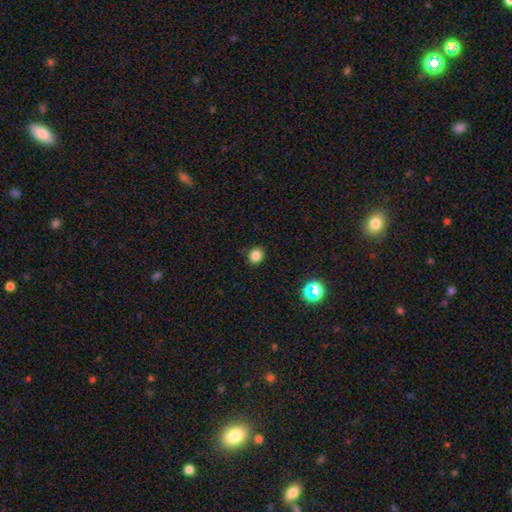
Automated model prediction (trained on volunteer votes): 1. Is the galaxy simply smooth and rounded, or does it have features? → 82% smooth, 14% star or artifact, 4% featured or disk.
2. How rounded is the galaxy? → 81% round, 18% in between, 1% cigar-shaped.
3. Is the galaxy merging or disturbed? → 89% none, 8% minor disturbance, 2% major disturbance, 1% merger.